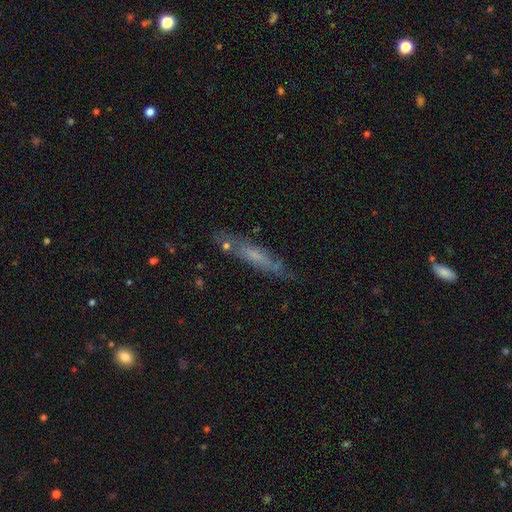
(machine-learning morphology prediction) This appears to be a smooth galaxy with no disk features (49%). Merging: none (69%).